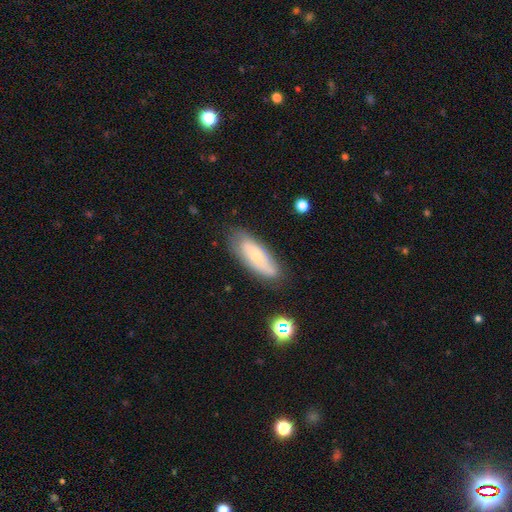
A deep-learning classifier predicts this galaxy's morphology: smooth_or_featured: smooth (p=0.52) [alt: featured or disk p=0.40]
how_rounded: in between (p=0.66) [alt: cigar-shaped p=0.31]
merging: none (p=0.72) [alt: minor disturbance p=0.20]